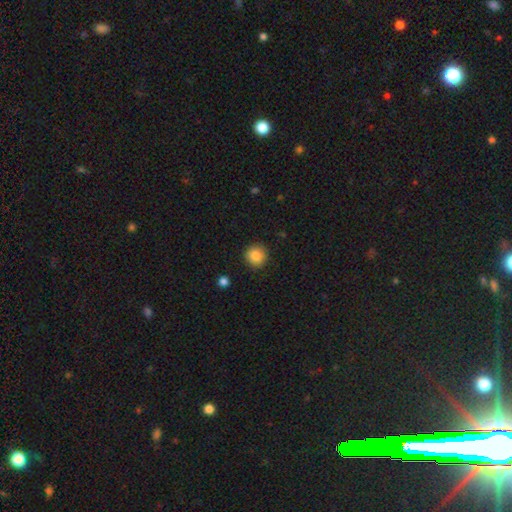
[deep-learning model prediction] smooth_or_featured: smooth (p=0.86) [alt: star or artifact p=0.09]
how_rounded: round (p=0.93) [alt: in between p=0.06]
merging: none (p=0.90) [alt: minor disturbance p=0.07]